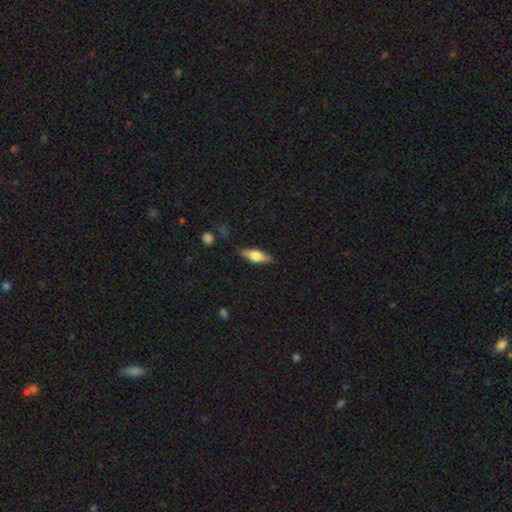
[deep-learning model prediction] Smooth or featured?
  - smooth: 62% *
  - featured or disk: 32%
  - star or artifact: 6%
How rounded?
  - in between: 59% *
  - cigar-shaped: 38%
  - round: 3%
Merging?
  - none: 84% *
  - minor disturbance: 12%
  - major disturbance: 3%
  - merger: 2%